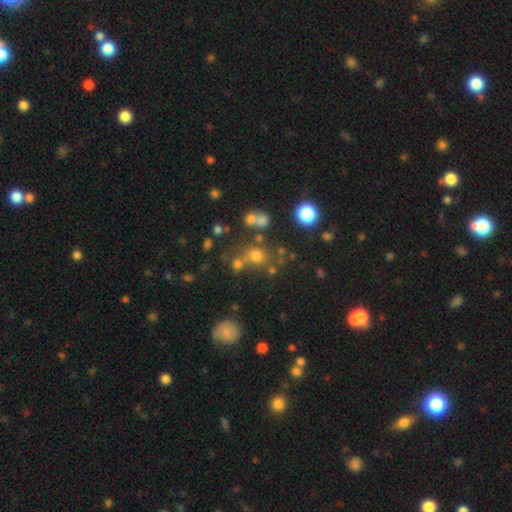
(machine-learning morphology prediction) The model was most divided on "merging": none: 58%, merger: 26%, minor disturbance: 10%, major disturbance: 6%. More confident: how rounded — round (83%); smooth or featured — smooth (63%).